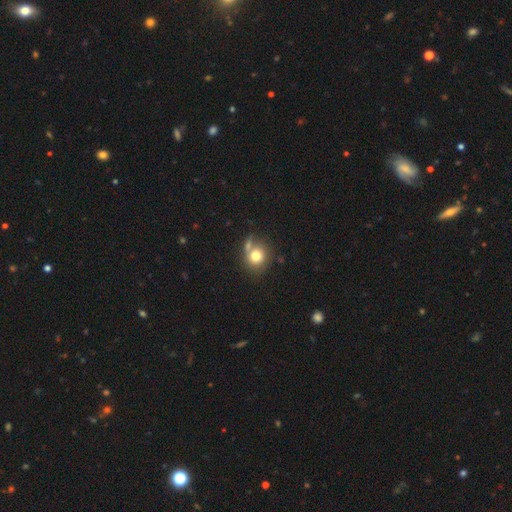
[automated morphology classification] This appears to be a smooth galaxy with no disk features (76%) that is round (80%). Merging: none (56%).